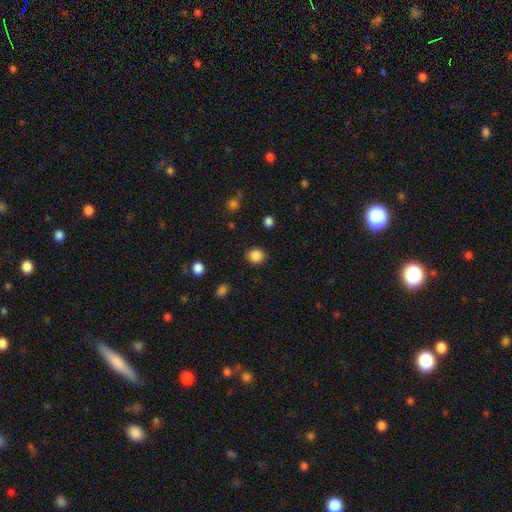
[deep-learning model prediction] A smooth galaxy with no disk features (86%) that is round (81%). Merging: none (89%).